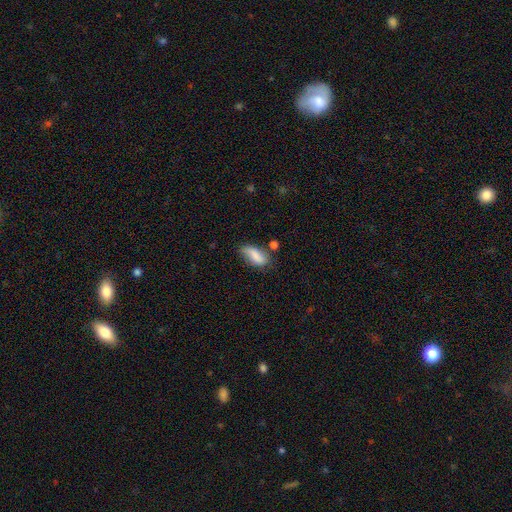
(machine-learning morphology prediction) Smooth or featured? Predicted: smooth (p=0.78). How rounded? Predicted: in between (p=0.83). Merging? Predicted: none (p=0.53).